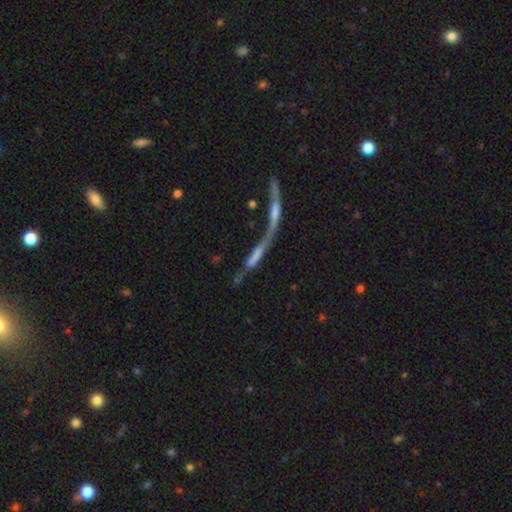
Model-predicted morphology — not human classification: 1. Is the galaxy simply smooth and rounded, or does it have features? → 46% featured or disk, 42% smooth, 12% star or artifact.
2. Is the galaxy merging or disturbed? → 59% merger, 17% none, 16% major disturbance, 9% minor disturbance.